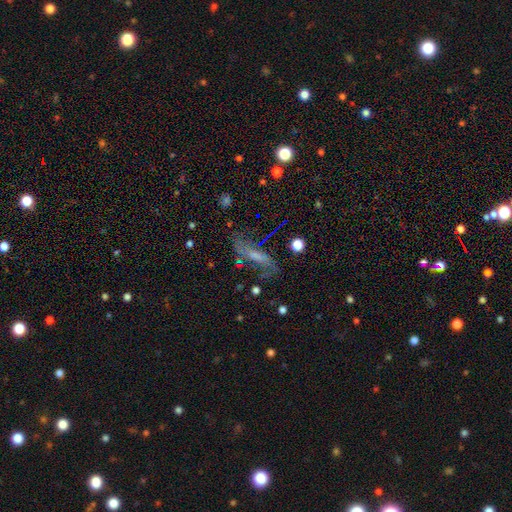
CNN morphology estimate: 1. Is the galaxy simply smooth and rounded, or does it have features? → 57% featured or disk, 29% smooth, 14% star or artifact.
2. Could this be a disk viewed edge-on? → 74% no, 26% yes.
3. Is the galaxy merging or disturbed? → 55% none, 22% minor disturbance, 18% major disturbance, 5% merger.